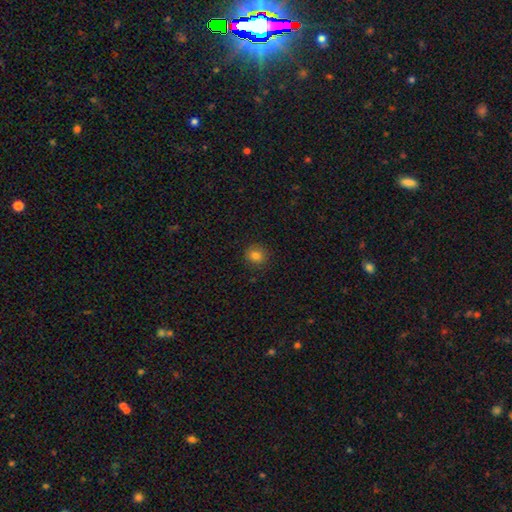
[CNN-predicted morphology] type=smooth (81%); roundness=round (85%); merging=none (88%).